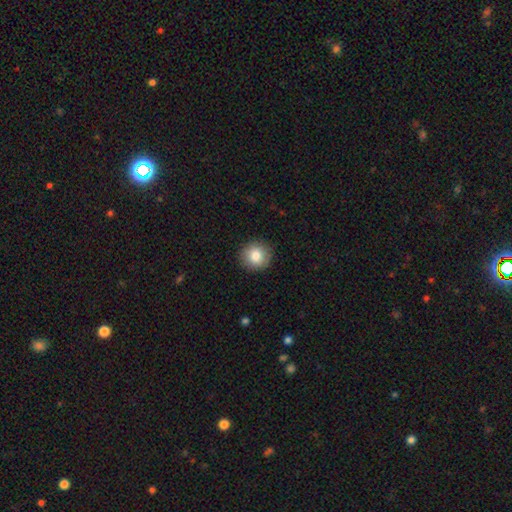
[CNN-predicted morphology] This appears to be a smooth galaxy with no disk features (84%) that is round (92%). Merging: none (91%).